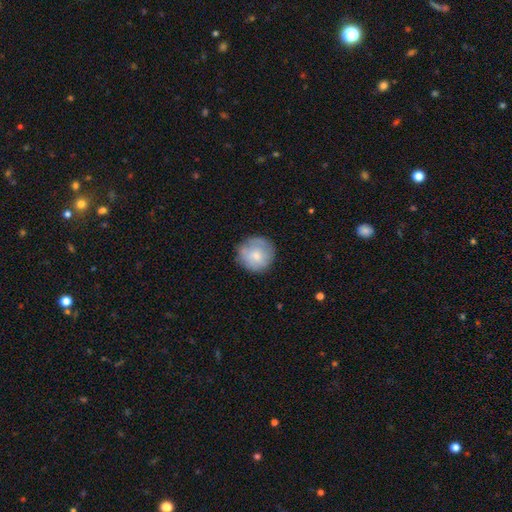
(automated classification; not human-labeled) smooth 68%, featured or disk 24%, star or artifact 7%. Down the decision tree: how rounded — round (92%); merging — none (76%).